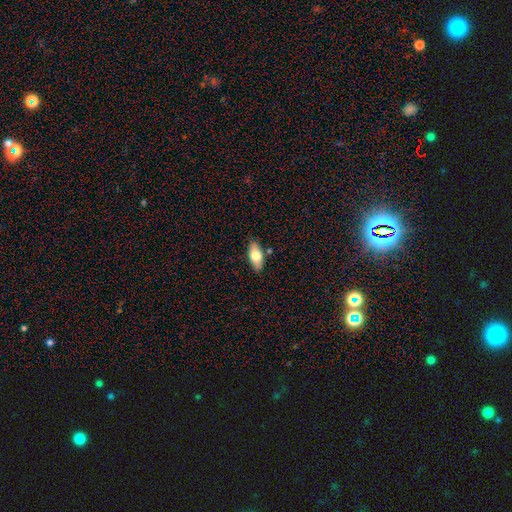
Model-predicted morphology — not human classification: type=smooth (72%); roundness=in between (88%); merging=none (83%).